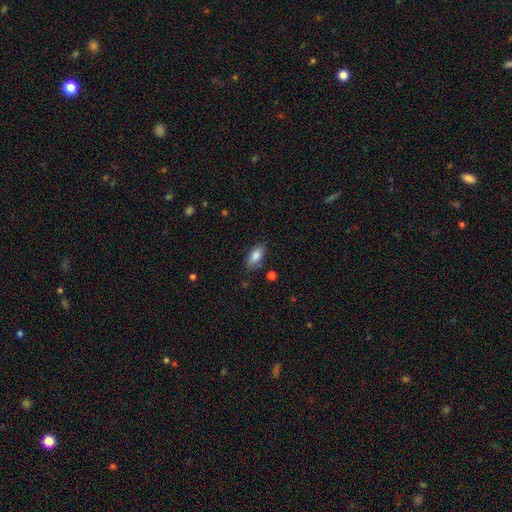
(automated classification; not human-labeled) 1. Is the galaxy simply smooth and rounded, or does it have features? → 84% smooth, 8% featured or disk, 7% star or artifact.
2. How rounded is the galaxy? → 90% in between, 6% cigar-shaped, 3% round.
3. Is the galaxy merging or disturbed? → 80% none, 14% minor disturbance, 3% major disturbance, 3% merger.